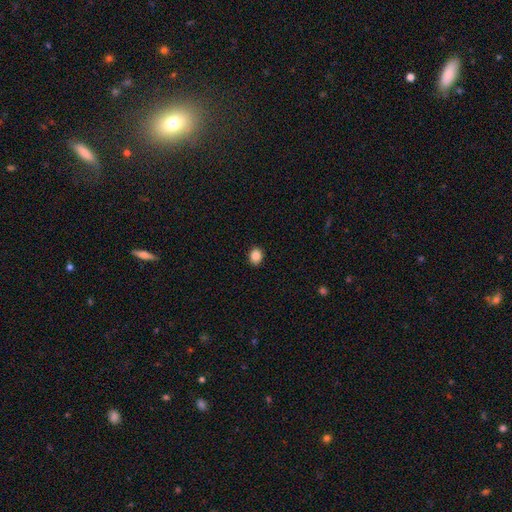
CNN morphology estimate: Smooth or featured?
  - smooth: 86% *
  - star or artifact: 10%
  - featured or disk: 4%
How rounded?
  - round: 57% *
  - in between: 42%
  - cigar-shaped: 1%
Merging?
  - none: 91% *
  - minor disturbance: 7%
  - major disturbance: 2%
  - merger: 1%